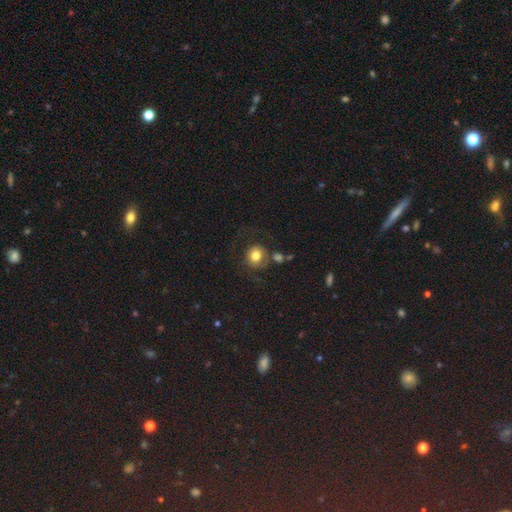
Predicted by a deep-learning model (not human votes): Smooth or featured? Predicted: smooth (p=0.77). How rounded? Predicted: round (p=0.84). Merging? Predicted: none (p=0.59).